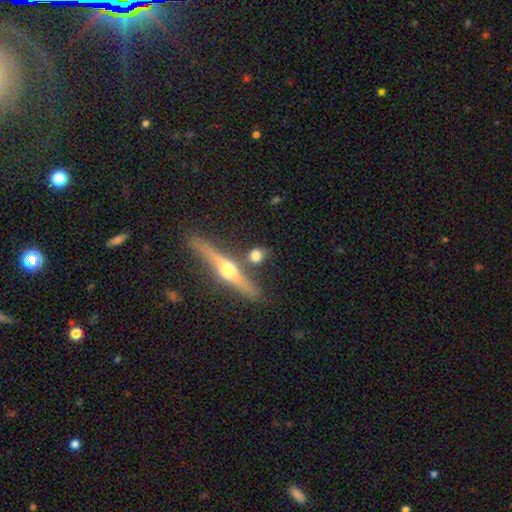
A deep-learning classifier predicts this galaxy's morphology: Q: Smooth or featured?
A: smooth (52%); runner-up: featured or disk (38%)
Q: How rounded?
A: round (55%); runner-up: in between (25%)
Q: Merging?
A: none (67%); runner-up: merger (17%)